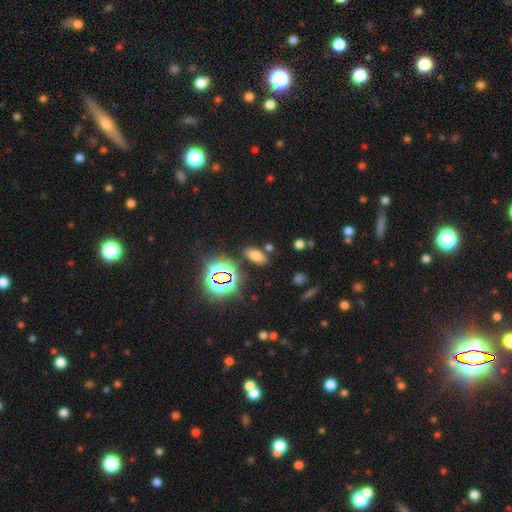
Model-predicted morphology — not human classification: This appears to be a smooth galaxy with no disk features (64%) that is in between round and cigar-shaped (89%). Merging: none (81%).